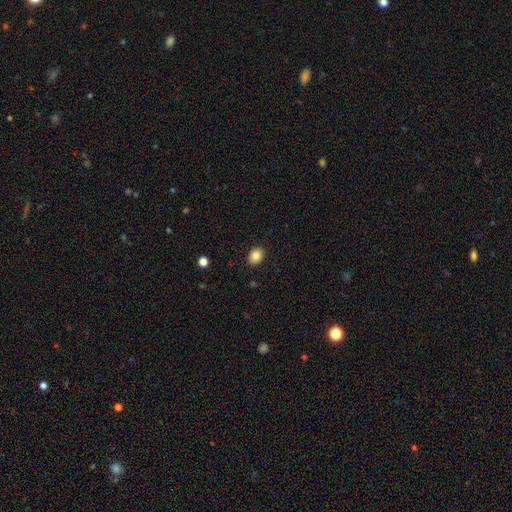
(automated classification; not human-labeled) Smooth or featured? smooth (85%)
How rounded? in between (65%)
Merging? none (89%)